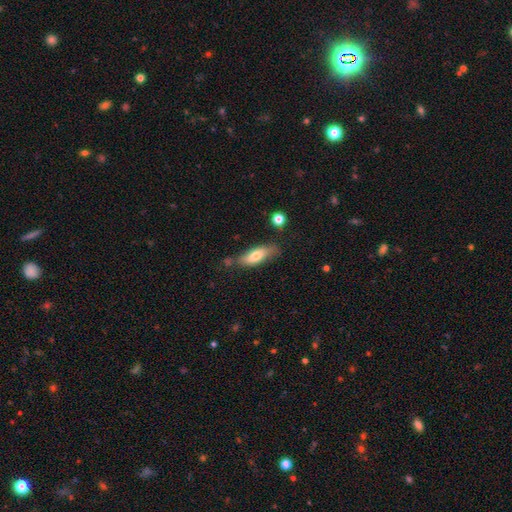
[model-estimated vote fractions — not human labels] Overall: smooth (72%). How rounded: in between (62%; cigar-shaped 36%). Merging: none (64%).